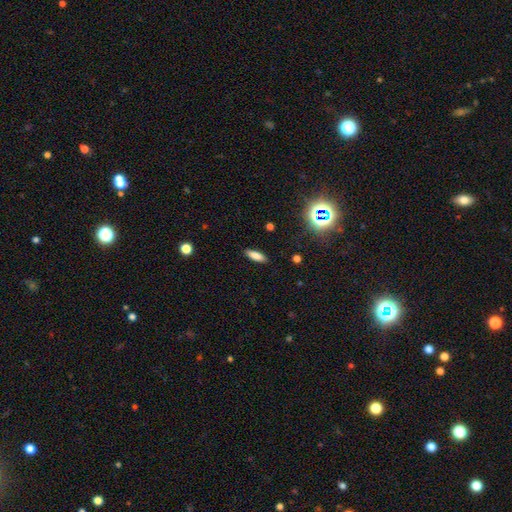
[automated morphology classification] smooth-or-featured: smooth: 78% | star or artifact: 12% | featured or disk: 10%
  how-rounded: in between: 60% | cigar-shaped: 38% | round: 3%
  merging: none: 89% | minor disturbance: 8% | major disturbance: 2% | merger: 1%